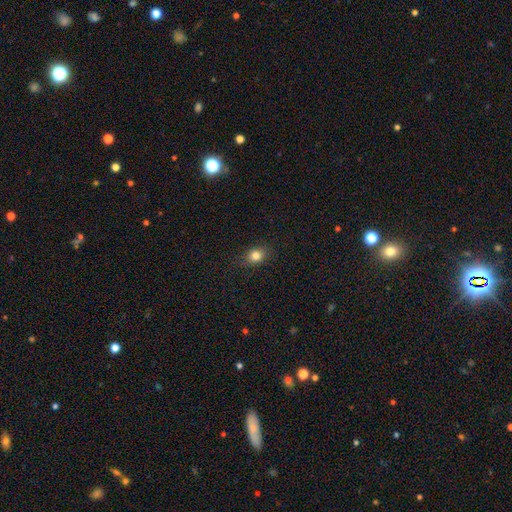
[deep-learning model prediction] Morphology: type=smooth (81%); roundness=round (55%); merging=none (84%).